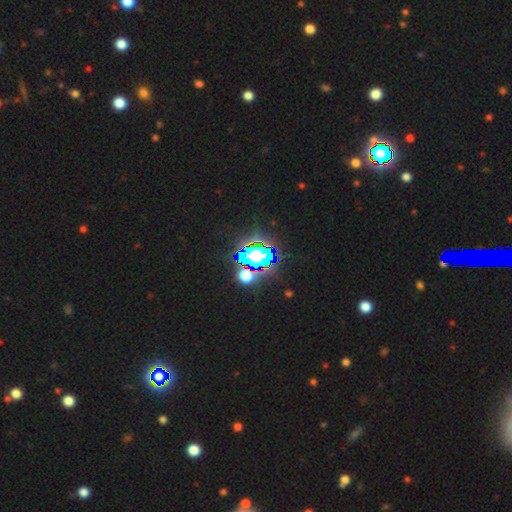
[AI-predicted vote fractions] Smooth or featured?
  - star or artifact: 66% *
  - smooth: 20%
  - featured or disk: 14%